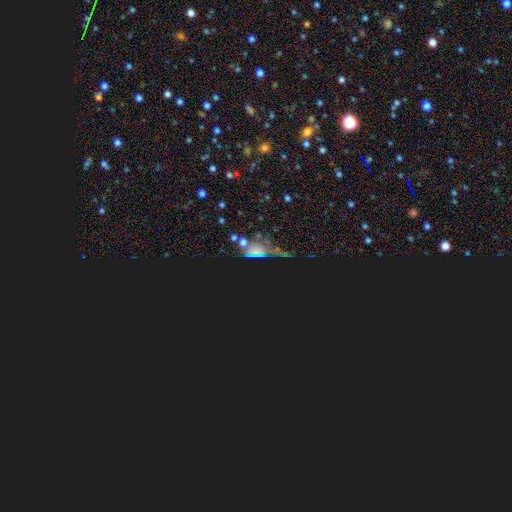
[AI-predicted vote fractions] Smooth or featured?
  - star or artifact: 61% *
  - smooth: 22%
  - featured or disk: 17%